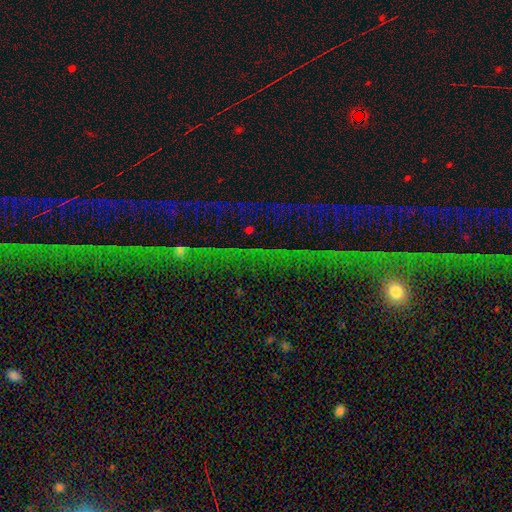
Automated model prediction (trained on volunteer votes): smooth_or_featured: star or artifact (p=0.81) [alt: featured or disk p=0.10]